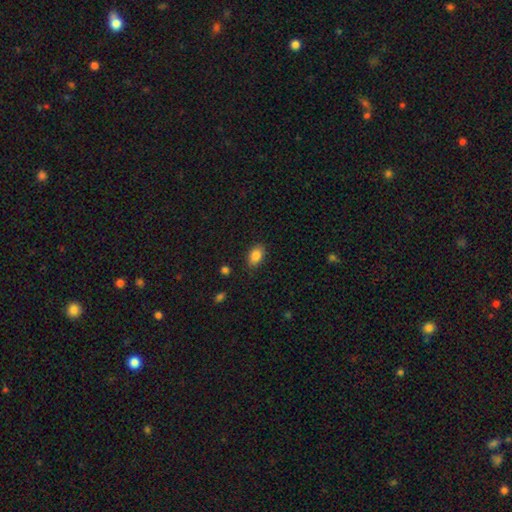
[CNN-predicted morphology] Smooth or featured? Predicted: smooth (p=0.86). How rounded? Predicted: in between (p=0.85). Merging? Predicted: none (p=0.85).